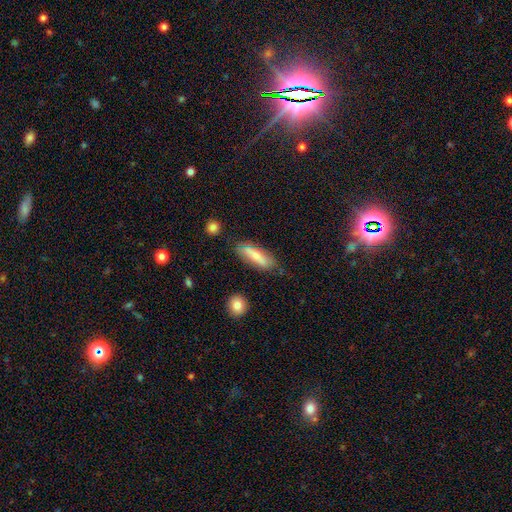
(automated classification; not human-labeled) Q: Smooth or featured?
A: smooth (69%); runner-up: featured or disk (25%)
Q: How rounded?
A: cigar-shaped (51%); runner-up: in between (46%)
Q: Merging?
A: none (73%); runner-up: minor disturbance (19%)